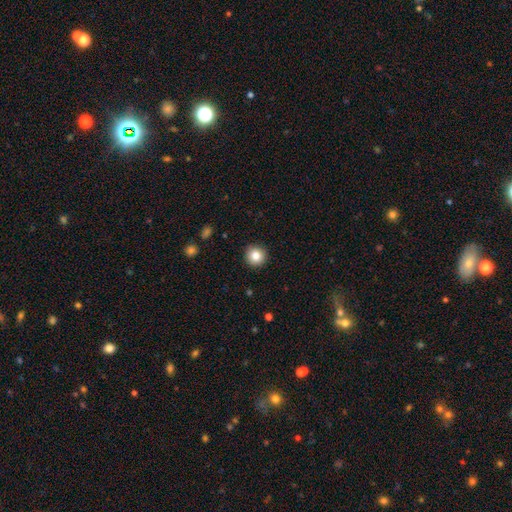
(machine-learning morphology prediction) smooth-or-featured: smooth: 83% | star or artifact: 10% | featured or disk: 7%
  how-rounded: round: 95% | in between: 4% | cigar-shaped: 1%
  merging: none: 92% | minor disturbance: 5% | major disturbance: 2% | merger: 1%